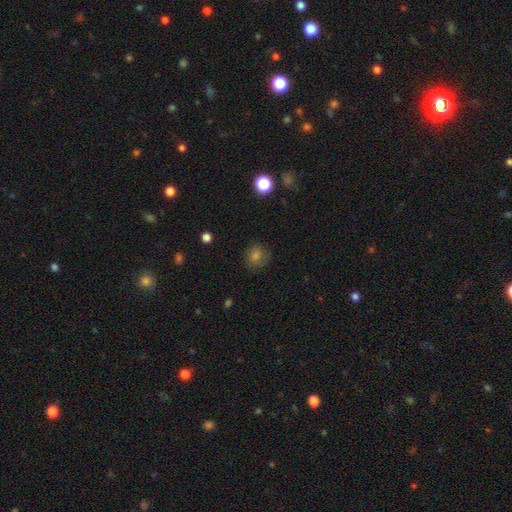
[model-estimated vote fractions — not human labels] The model was most divided on "smooth or featured": smooth: 69%, star or artifact: 19%, featured or disk: 12%. More confident: how rounded — round (88%); merging — none (83%).